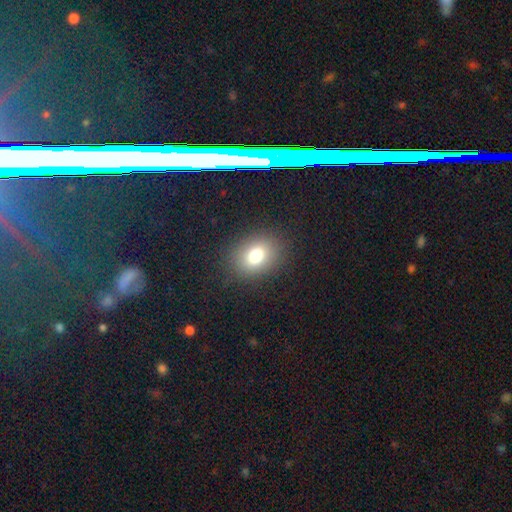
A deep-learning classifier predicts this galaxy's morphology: Overall: smooth (78%). How rounded: in between (66%; round 33%). Merging: none (85%).